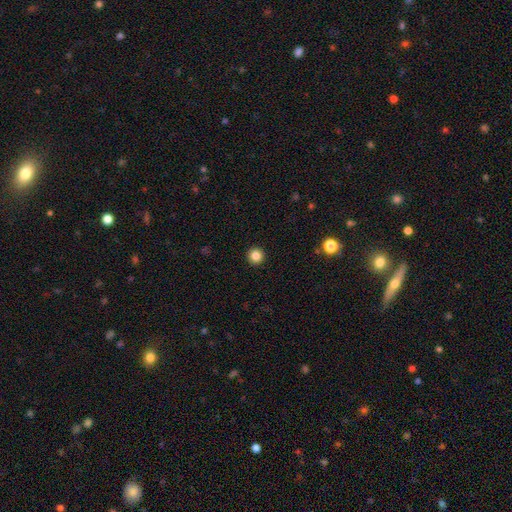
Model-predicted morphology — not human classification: Smooth or featured? smooth (84%)
How rounded? round (96%)
Merging? none (94%)